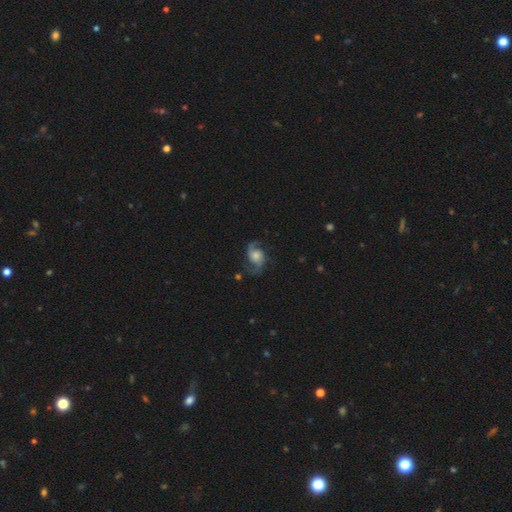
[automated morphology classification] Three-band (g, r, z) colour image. It shows a featured or disk galaxy (82%) with no bar (67%), 2 (90%) loose (48%) spiral arms (96%) and a moderate central bulge (41%). Merging: none (70%).